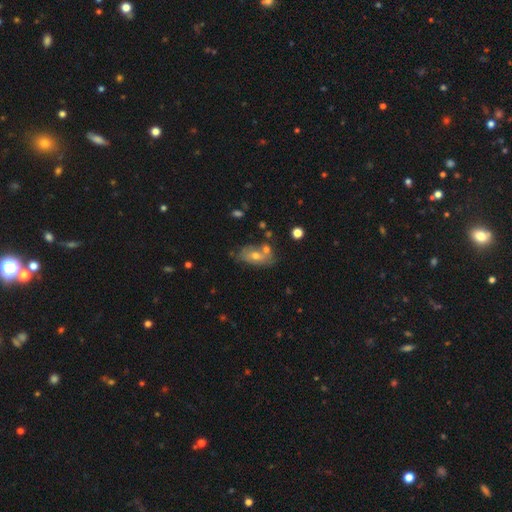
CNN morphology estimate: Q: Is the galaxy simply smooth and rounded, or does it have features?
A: smooth — 60%.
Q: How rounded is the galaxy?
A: in between — 85%.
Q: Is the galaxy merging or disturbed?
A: none — 50%.